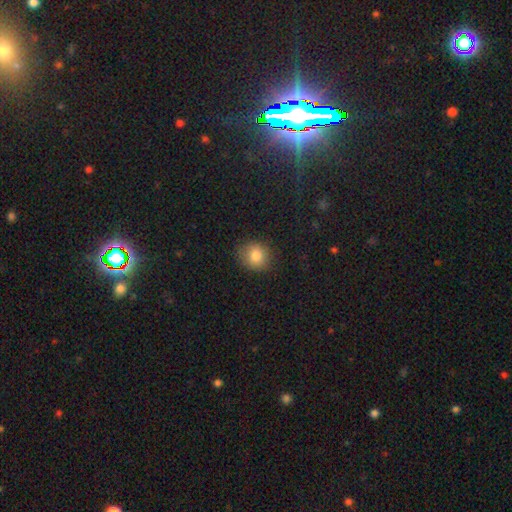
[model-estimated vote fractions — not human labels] A smooth galaxy with no disk features (82%) that is round (79%).

Vote fractions:
- Smooth or featured? smooth: 82% / star or artifact: 10% / featured or disk: 7%
- How rounded? round: 79% / in between: 20% / cigar-shaped: 1%
- Merging? none: 84% / minor disturbance: 12% / major disturbance: 3% / merger: 1%